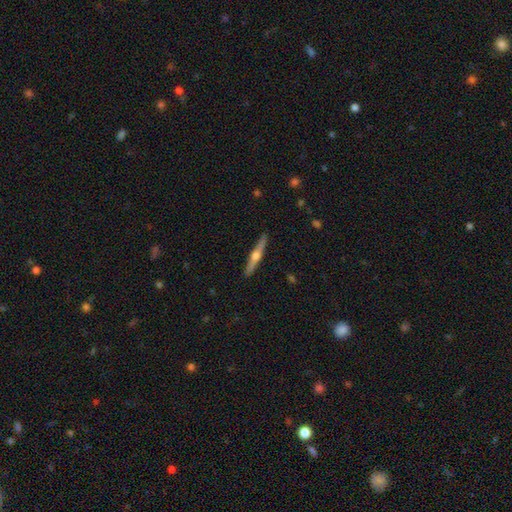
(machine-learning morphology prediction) This appears to be a featured or disk galaxy (72%) viewed edge-on (98%) with a rounded central bulge (94%). Merging: none (92%).